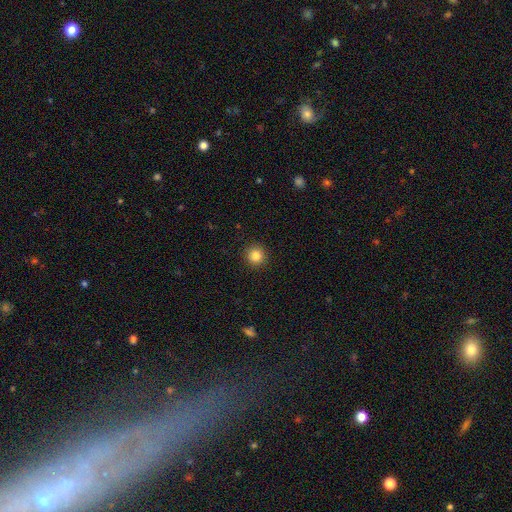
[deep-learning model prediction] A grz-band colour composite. It shows a smooth galaxy with no disk features (85%) that is round (94%). Merging: none (92%).